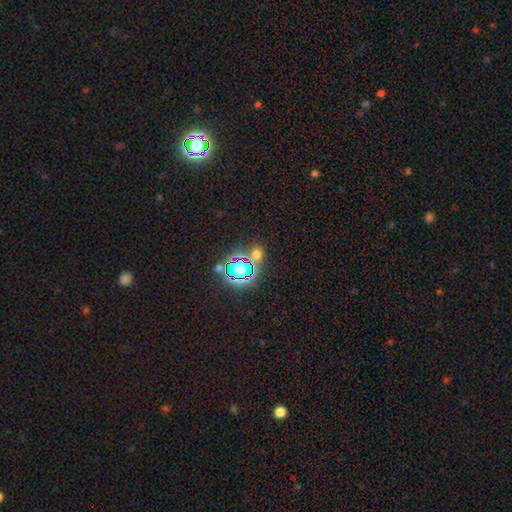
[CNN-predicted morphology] Smooth or featured: star or artifact — 69% (smooth — 23%)